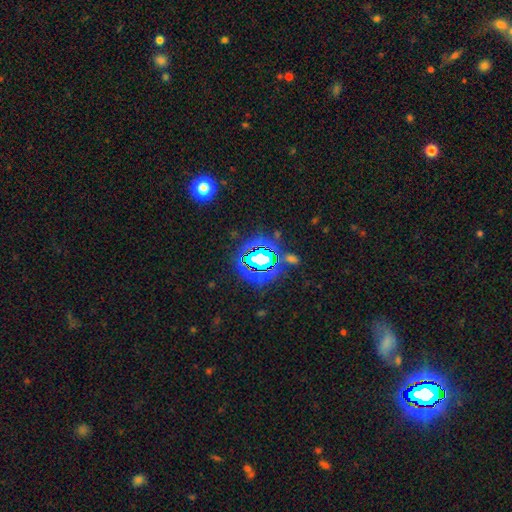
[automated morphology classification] type=star or artifact (75%).